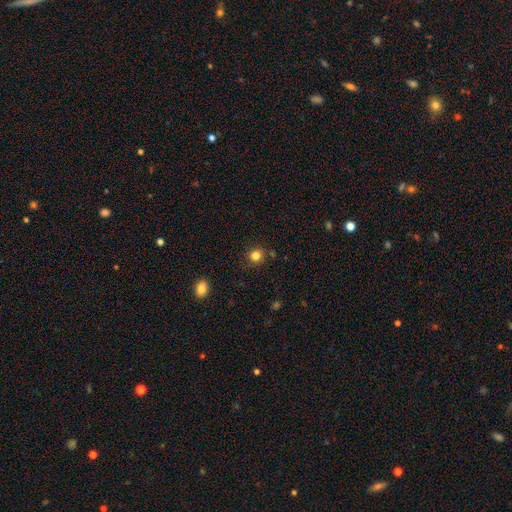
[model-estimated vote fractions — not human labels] Q: Smooth or featured?
A: smooth (82%); runner-up: star or artifact (13%)
Q: How rounded?
A: round (87%); runner-up: in between (12%)
Q: Merging?
A: none (85%); runner-up: minor disturbance (9%)